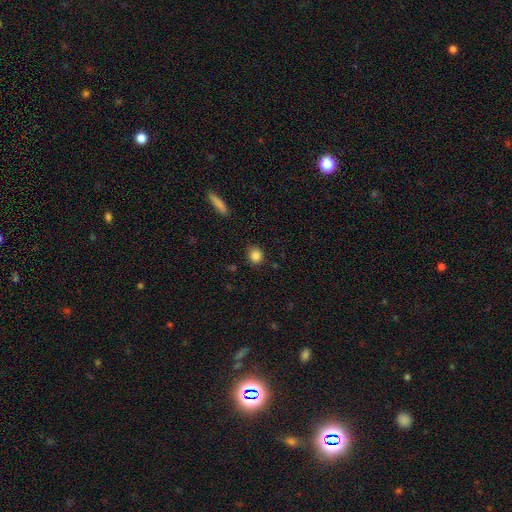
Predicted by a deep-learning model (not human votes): Q: Smooth or featured?
A: smooth (86%); runner-up: star or artifact (10%)
Q: How rounded?
A: round (78%); runner-up: in between (21%)
Q: Merging?
A: none (86%); runner-up: minor disturbance (10%)